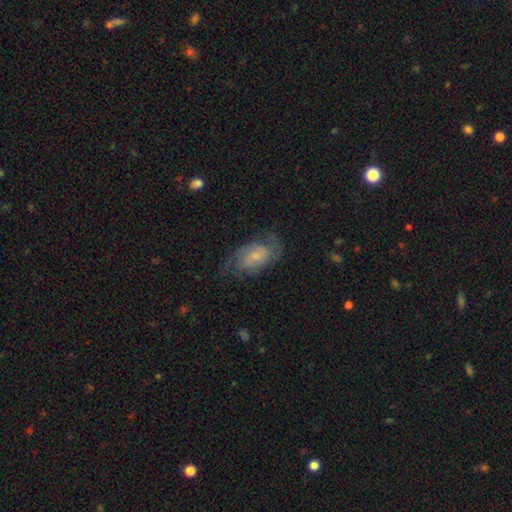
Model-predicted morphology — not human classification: Smooth or featured? featured or disk (65%)
Edge-on disk? no (96%)
Bar? no (55%)
Spiral arms? yes (88%)
Spiral winding? medium (46%)
Spiral arm count? 2 (67%)
Bulge size? small (66%)
Merging? none (63%)